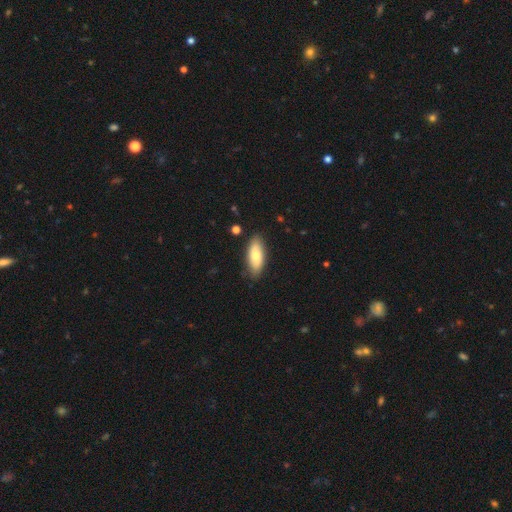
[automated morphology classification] smooth 74%, featured or disk 20%, star or artifact 6%. Down the decision tree: how rounded — in between (81%); merging — none (84%).